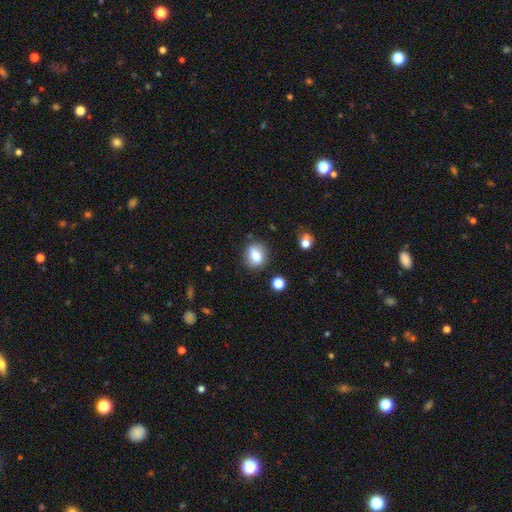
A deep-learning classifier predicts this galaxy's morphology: smooth 77%, featured or disk 14%, star or artifact 9%. Down the decision tree: how rounded — round (54%); merging — none (78%).